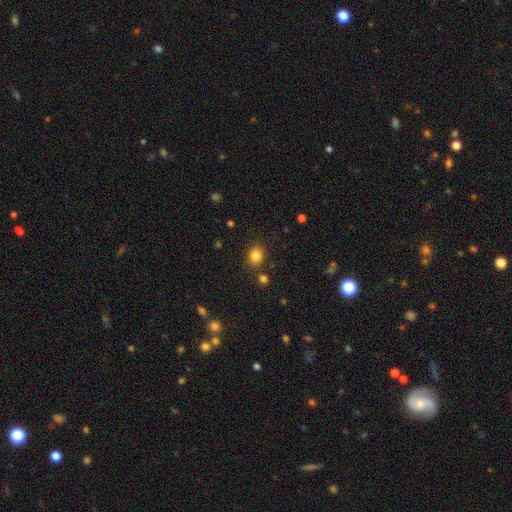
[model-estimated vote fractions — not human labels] Overall: smooth (83%). How rounded: round (63%; in between 36%). Merging: none (82%).